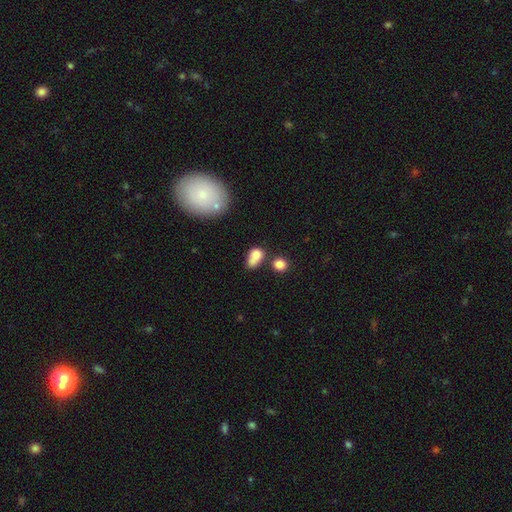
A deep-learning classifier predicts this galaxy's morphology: smooth 76%, featured or disk 13%, star or artifact 11%. Down the decision tree: how rounded — in between (64%); merging — merger (37%).